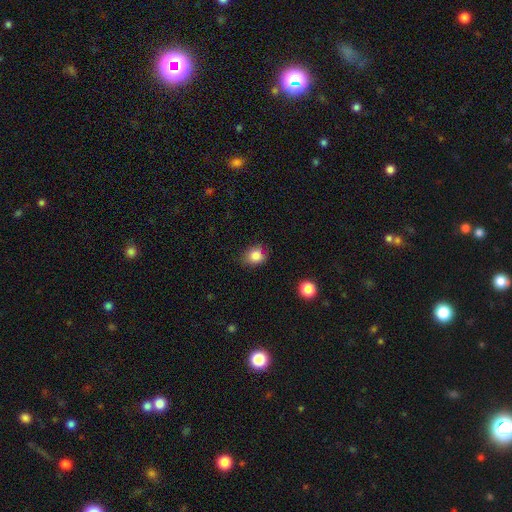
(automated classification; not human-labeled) A smooth galaxy with no disk features (84%) that is round (57%).

Vote fractions:
- Smooth or featured? smooth: 84% / star or artifact: 11% / featured or disk: 6%
- How rounded? round: 57% / in between: 42% / cigar-shaped: 1%
- Merging? none: 72% / minor disturbance: 21% / major disturbance: 5% / merger: 2%